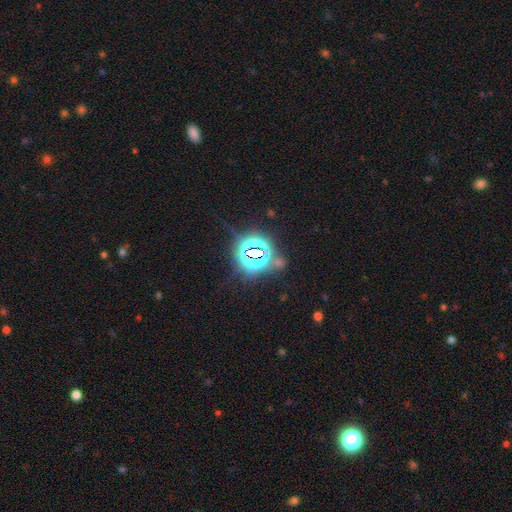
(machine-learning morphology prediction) Smooth or featured: star or artifact — 78% (smooth — 14%)